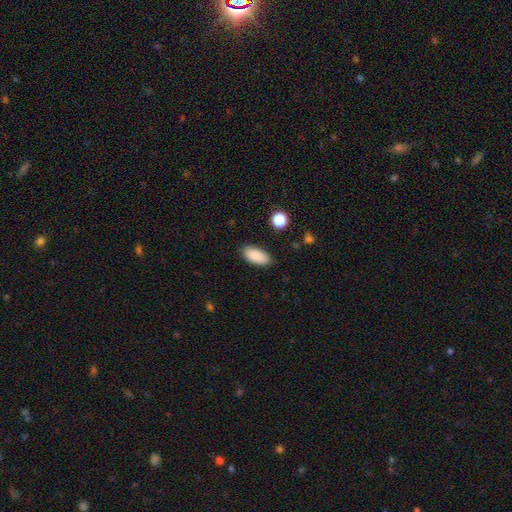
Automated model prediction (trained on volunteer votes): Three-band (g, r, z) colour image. It shows a smooth galaxy with no disk features (88%) that is in between round and cigar-shaped (92%). Merging: none (87%).